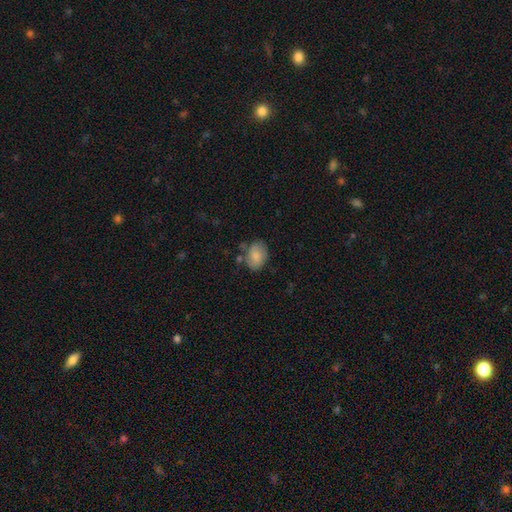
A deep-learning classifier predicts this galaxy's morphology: smooth 77%, featured or disk 16%, star or artifact 7%. Down the decision tree: how rounded — in between (73%); merging — none (62%).